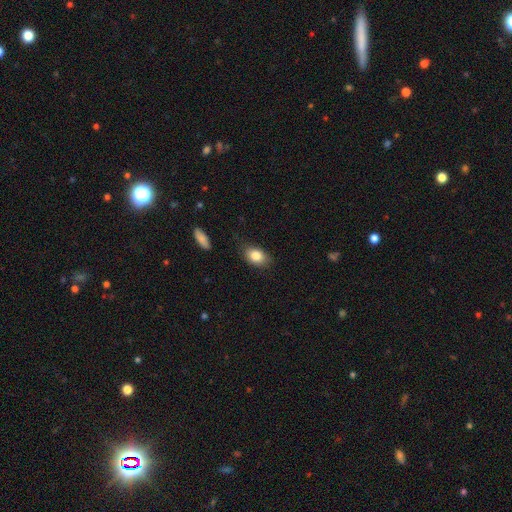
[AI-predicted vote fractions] smooth 83%, featured or disk 9%, star or artifact 8%. Down the decision tree: how rounded — in between (84%); merging — none (80%).